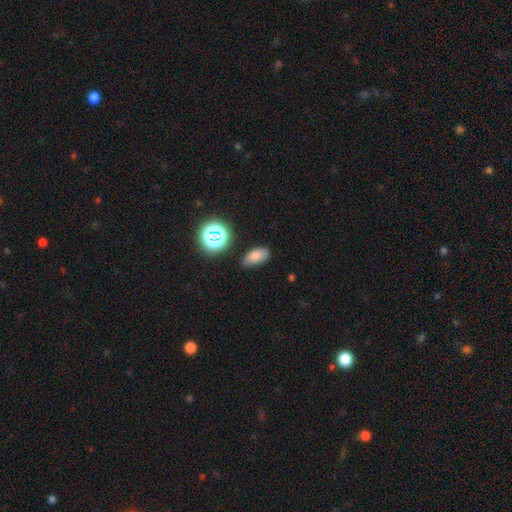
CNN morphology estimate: Smooth or featured? Predicted: smooth (p=0.77). How rounded? Predicted: in between (p=0.90). Merging? Predicted: none (p=0.77).